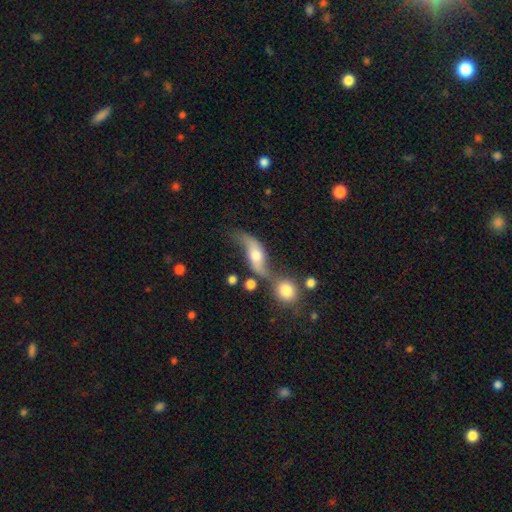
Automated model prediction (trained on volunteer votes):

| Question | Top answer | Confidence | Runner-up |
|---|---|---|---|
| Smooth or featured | featured or disk | 64% | smooth (29%) |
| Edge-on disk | no | 80% | yes (20%) |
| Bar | no | 62% | weak (26%) |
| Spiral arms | yes | 81% | no (19%) |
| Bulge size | moderate | 65% | small (16%) |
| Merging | none | 38% | merger (29%) |